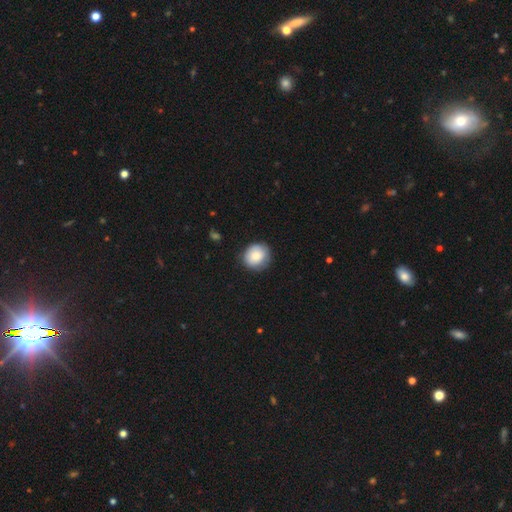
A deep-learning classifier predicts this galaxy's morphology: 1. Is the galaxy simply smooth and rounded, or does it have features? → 82% smooth, 11% featured or disk, 7% star or artifact.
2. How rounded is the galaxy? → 82% round, 17% in between, 1% cigar-shaped.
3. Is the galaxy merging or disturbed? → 81% none, 15% minor disturbance, 3% major disturbance, 1% merger.